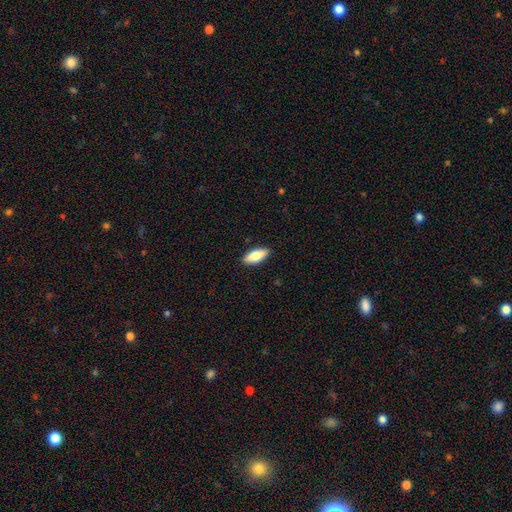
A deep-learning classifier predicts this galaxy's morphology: Q: Smooth or featured?
A: smooth (78%); runner-up: featured or disk (16%)
Q: How rounded?
A: in between (76%); runner-up: cigar-shaped (22%)
Q: Merging?
A: none (90%); runner-up: minor disturbance (8%)